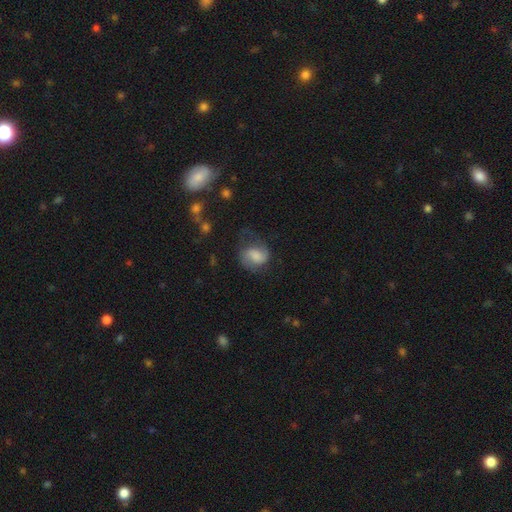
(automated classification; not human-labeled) The model was most divided on "how rounded": round: 53%, in between: 46%, cigar-shaped: 1%. Remaining: smooth or featured — smooth (50%); merging — none (44%).